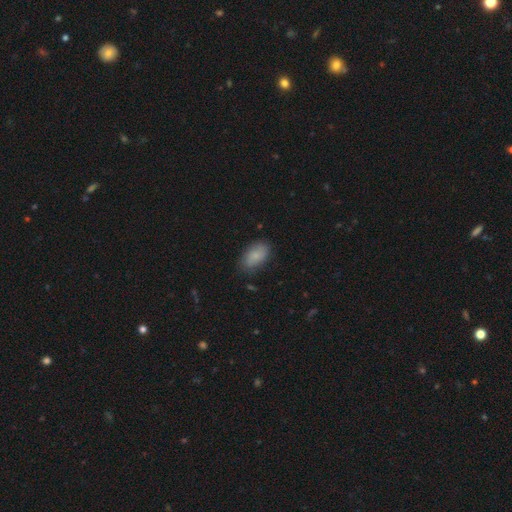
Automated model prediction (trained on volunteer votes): Smooth or featured: smooth — 82% (featured or disk — 11%)
How rounded: in between — 92% (round — 6%)
Merging: none — 77% (minor disturbance — 17%)